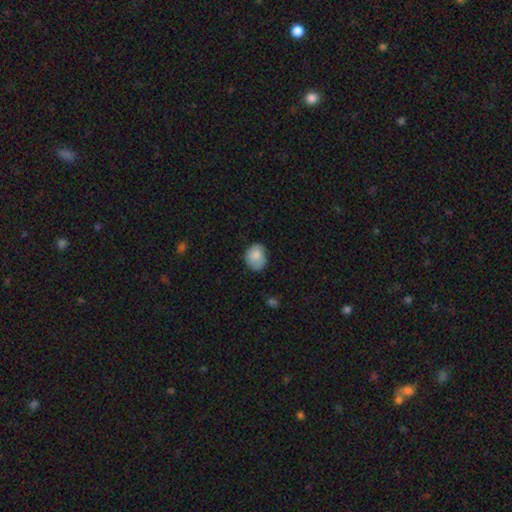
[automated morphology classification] This appears to be a smooth galaxy with no disk features (85%) that is in between round and cigar-shaped (59%). Merging: none (63%).